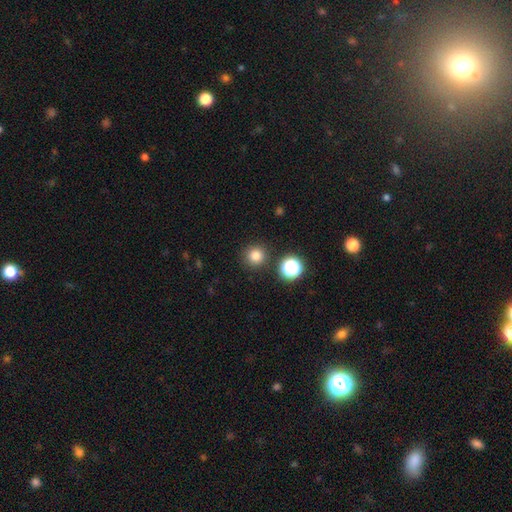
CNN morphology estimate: type=smooth (80%); roundness=round (94%); merging=none (88%).